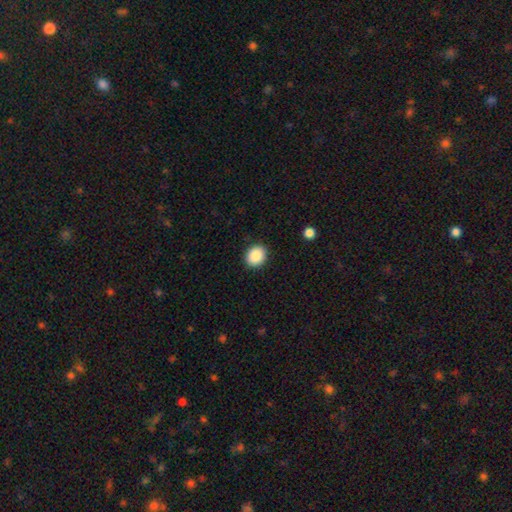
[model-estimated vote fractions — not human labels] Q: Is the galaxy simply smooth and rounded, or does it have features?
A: smooth — 88%.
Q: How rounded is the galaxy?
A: round — 66%.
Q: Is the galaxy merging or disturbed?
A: none — 90%.